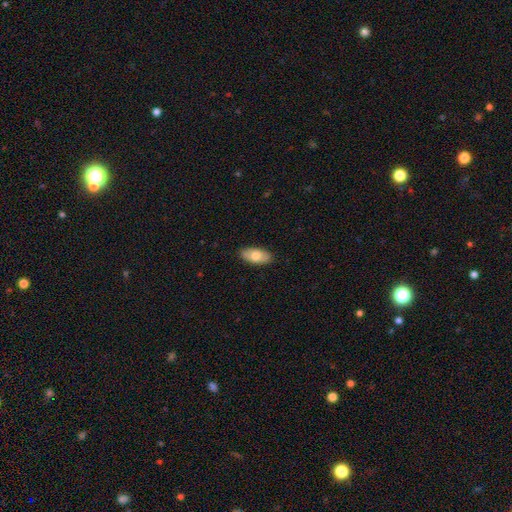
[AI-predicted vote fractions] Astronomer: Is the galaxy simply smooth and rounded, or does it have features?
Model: smooth — 73%.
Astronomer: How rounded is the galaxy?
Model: in between — 92%.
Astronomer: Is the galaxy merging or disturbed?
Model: none — 88%.